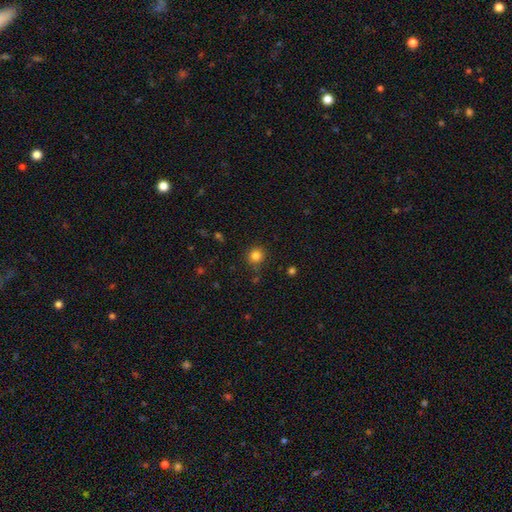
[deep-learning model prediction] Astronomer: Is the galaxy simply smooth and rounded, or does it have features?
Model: smooth — 83%.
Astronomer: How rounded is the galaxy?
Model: round — 92%.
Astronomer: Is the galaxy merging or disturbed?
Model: none — 85%.